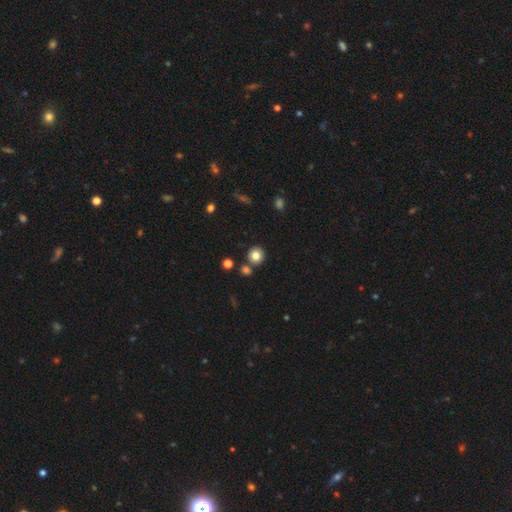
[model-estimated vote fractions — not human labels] This appears to be a smooth galaxy with no disk features (81%) that is round (91%). Merging: none (81%).